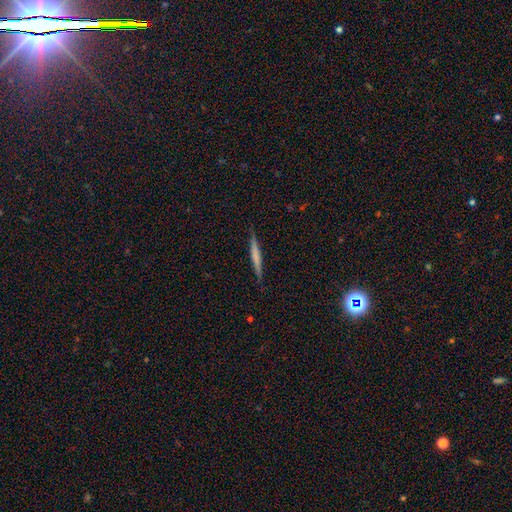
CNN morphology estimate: This appears to be a smooth galaxy with no disk features (51%) that is cigar-shaped (96%). Merging: none (89%).